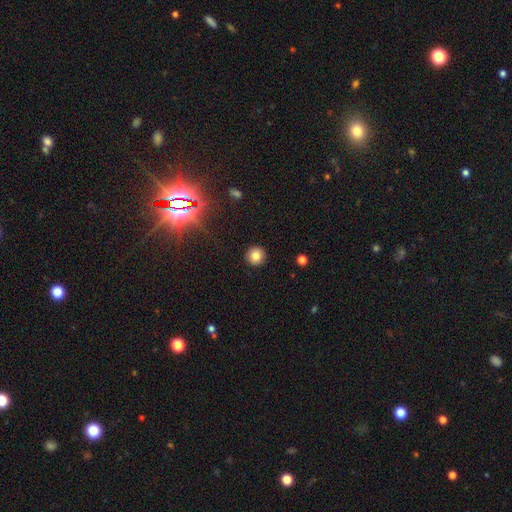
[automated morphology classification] smooth 81%, star or artifact 13%, featured or disk 7%. Down the decision tree: how rounded — round (95%); merging — none (93%).